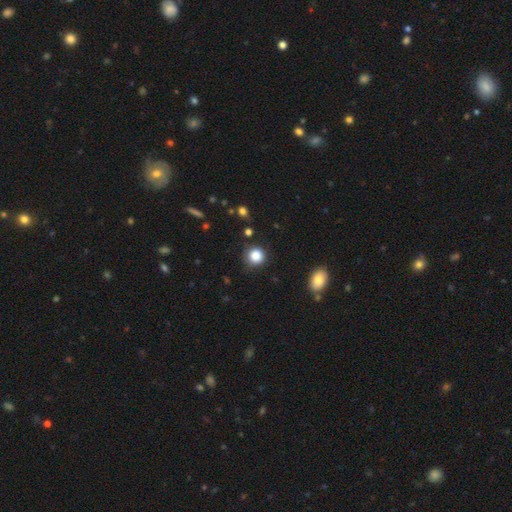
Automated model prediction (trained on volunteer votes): This appears to be a smooth galaxy with no disk features (86%) that is round (91%). Merging: none (82%).